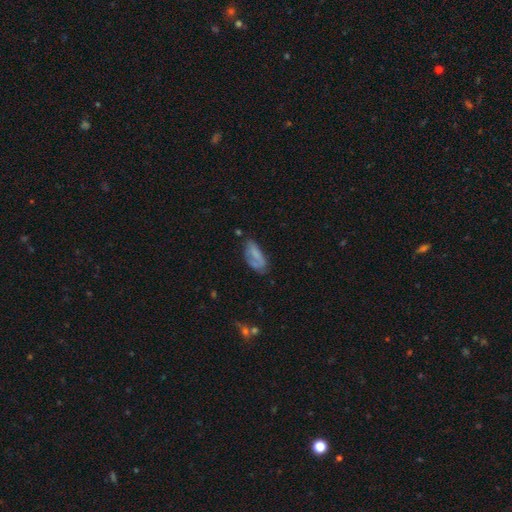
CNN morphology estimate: Smooth or featured? Predicted: smooth (p=0.64). How rounded? Predicted: in between (p=0.82). Merging? Predicted: none (p=0.51).